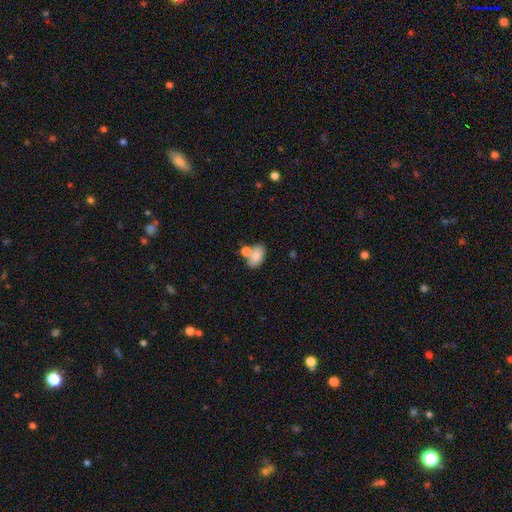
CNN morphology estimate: A smooth galaxy with no disk features (80%) that is in between round and cigar-shaped (89%). Merging: none (51%).